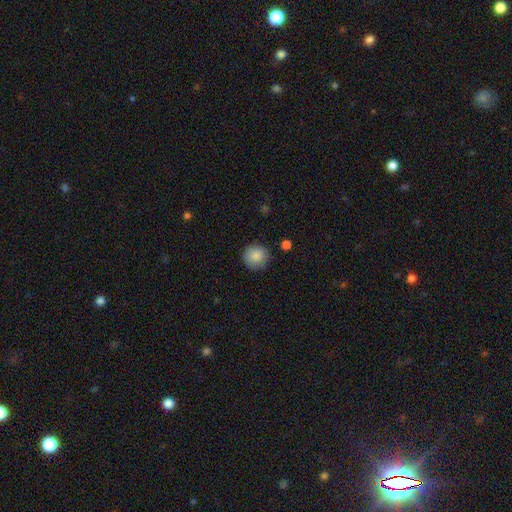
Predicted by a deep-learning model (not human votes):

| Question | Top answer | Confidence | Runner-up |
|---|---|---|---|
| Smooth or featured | smooth | 87% | star or artifact (8%) |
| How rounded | round | 93% | in between (6%) |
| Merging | none | 85% | minor disturbance (10%) |